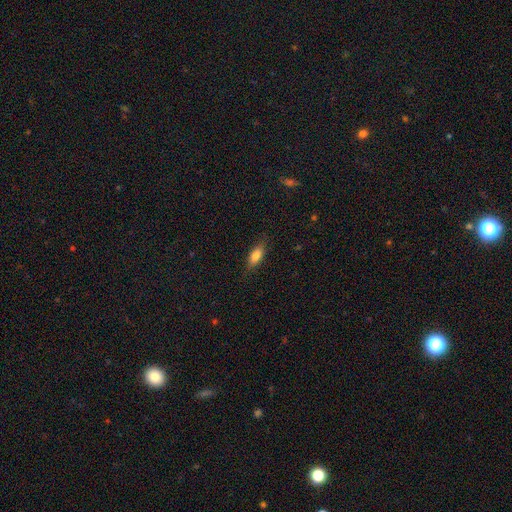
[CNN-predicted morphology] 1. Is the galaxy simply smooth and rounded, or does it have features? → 81% smooth, 12% featured or disk, 7% star or artifact.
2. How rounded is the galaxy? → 75% in between, 22% cigar-shaped, 3% round.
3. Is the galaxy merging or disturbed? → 83% none, 13% minor disturbance, 3% major disturbance, 1% merger.